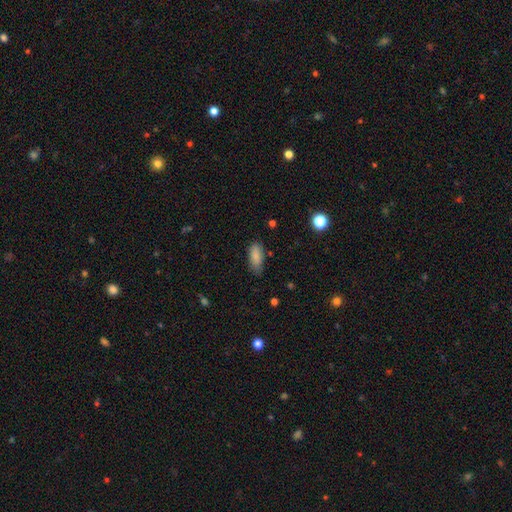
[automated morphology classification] Smooth or featured?
  - smooth: 86% *
  - star or artifact: 7%
  - featured or disk: 6%
How rounded?
  - in between: 83% *
  - cigar-shaped: 14%
  - round: 2%
Merging?
  - none: 67% *
  - minor disturbance: 26%
  - major disturbance: 5%
  - merger: 2%